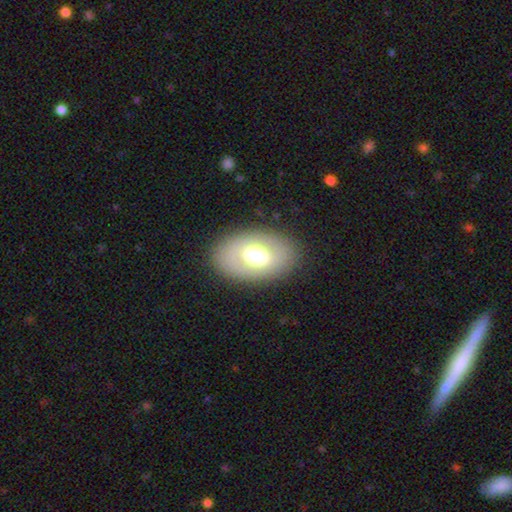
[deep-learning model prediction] Overall: smooth (57%; featured or disk 35%). How rounded: in between (83%). Merging: none (85%).